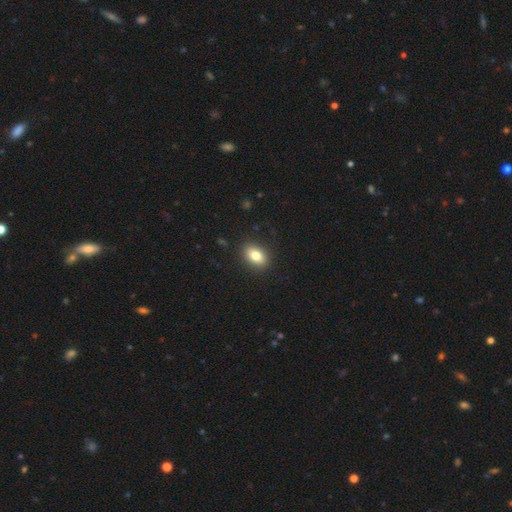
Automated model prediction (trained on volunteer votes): Q: Smooth or featured?
A: smooth (80%); runner-up: featured or disk (11%)
Q: How rounded?
A: in between (81%); runner-up: round (17%)
Q: Merging?
A: none (88%); runner-up: minor disturbance (8%)